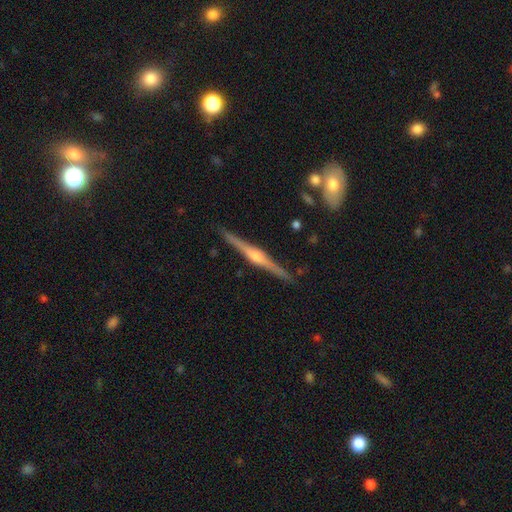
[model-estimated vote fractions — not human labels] Smooth or featured? Predicted: featured or disk (p=0.86). Edge-on disk? Predicted: yes (p=0.98). Edge-on bulge? Predicted: rounded (p=0.87). Merging? Predicted: none (p=0.91).